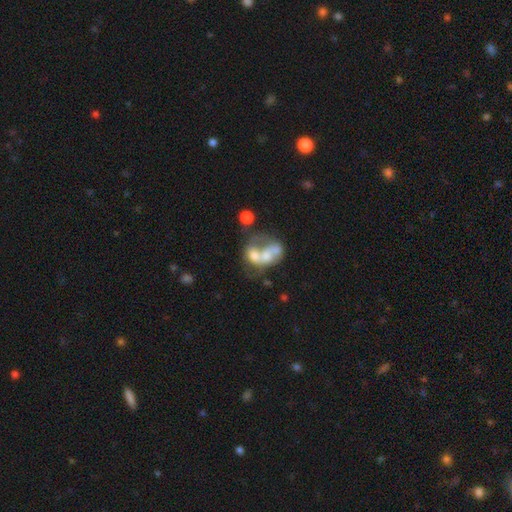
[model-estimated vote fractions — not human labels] Q: Smooth or featured?
A: featured or disk (45%); runner-up: smooth (44%)
Q: Merging?
A: merger (66%); runner-up: major disturbance (15%)